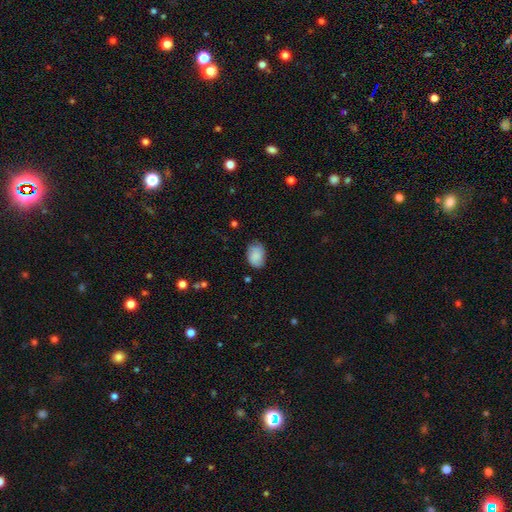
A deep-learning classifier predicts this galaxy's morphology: Smooth or featured? smooth (74%)
How rounded? in between (79%)
Merging? none (71%)